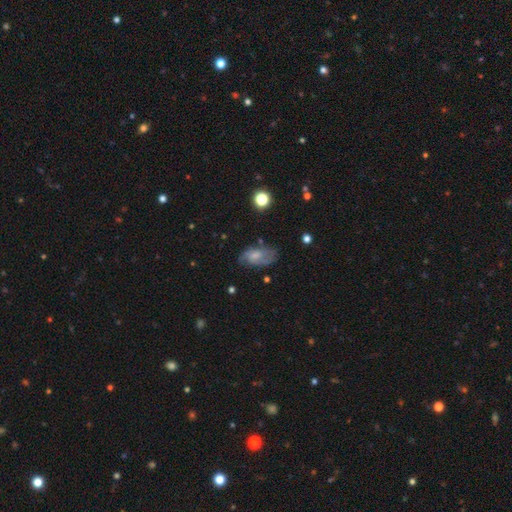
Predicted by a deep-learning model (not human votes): smooth-or-featured: featured or disk: 56% | smooth: 36% | star or artifact: 8%
  disk-edge-on: no: 95% | yes: 5%
    bar: no: 50% | weak: 42% | strong: 7%
    has-spiral-arms: yes: 83% | no: 17%
    bulge-size: small: 39% | moderate: 30% | none: 24% | large: 5% | dominant: 1%
  merging: none: 63% | minor disturbance: 24% | major disturbance: 11% | merger: 2%